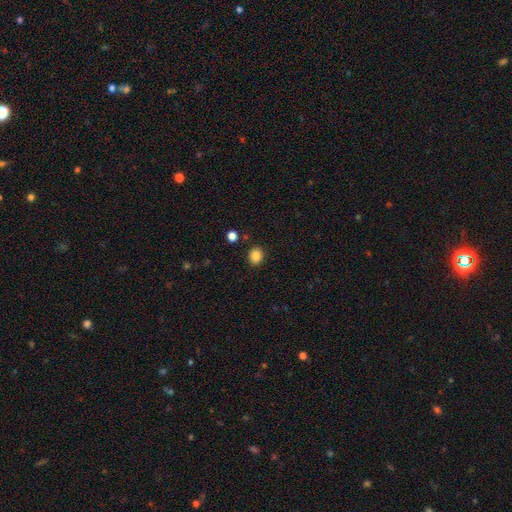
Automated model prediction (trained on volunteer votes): The model was most divided on "how rounded": round: 63%, in between: 36%, cigar-shaped: 1%. More confident: merging — none (88%); smooth or featured — smooth (85%).